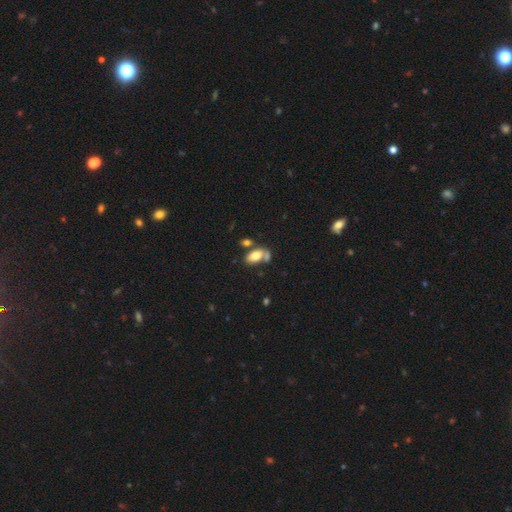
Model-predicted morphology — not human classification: Smooth or featured: smooth — 75% (featured or disk — 17%)
How rounded: in between — 92% (round — 4%)
Merging: none — 46% (merger — 31%)